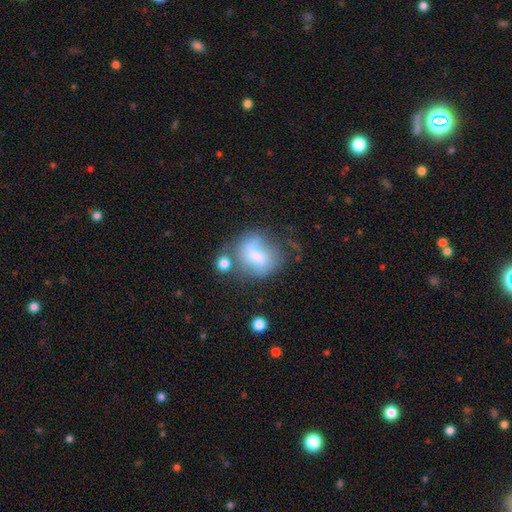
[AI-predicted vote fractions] This appears to be a smooth galaxy with no disk features (56%) that is round (54%). Merging: none (34%).